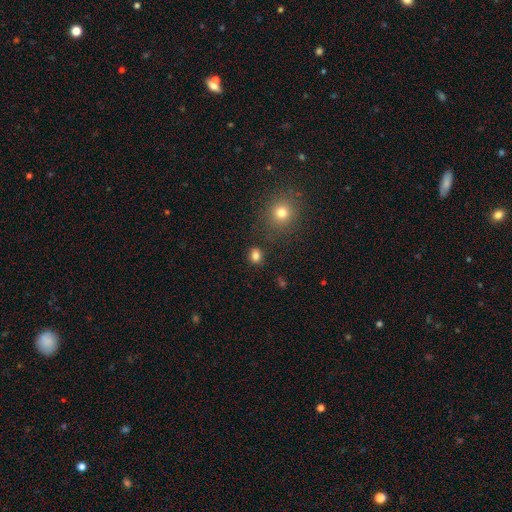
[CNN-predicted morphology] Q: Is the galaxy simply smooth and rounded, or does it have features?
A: smooth — 81%.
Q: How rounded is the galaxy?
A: round — 63%.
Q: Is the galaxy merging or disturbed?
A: none — 83%.